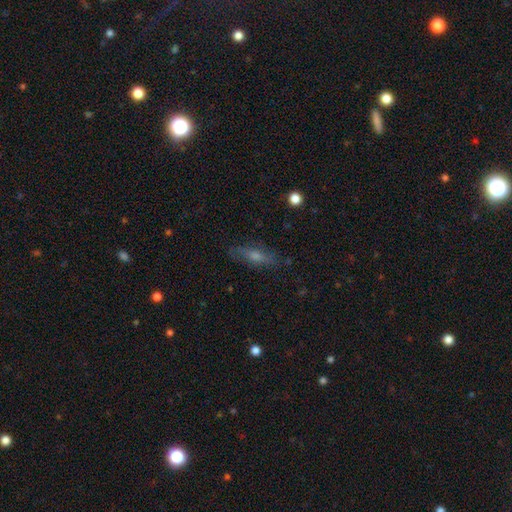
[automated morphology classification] A featured or disk galaxy (49%). Merging: none (81%).